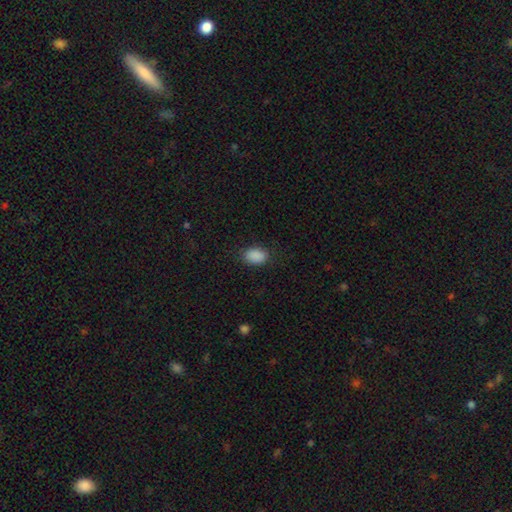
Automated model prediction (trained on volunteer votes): Overall: smooth (89%). How rounded: in between (79%). Merging: none (84%).